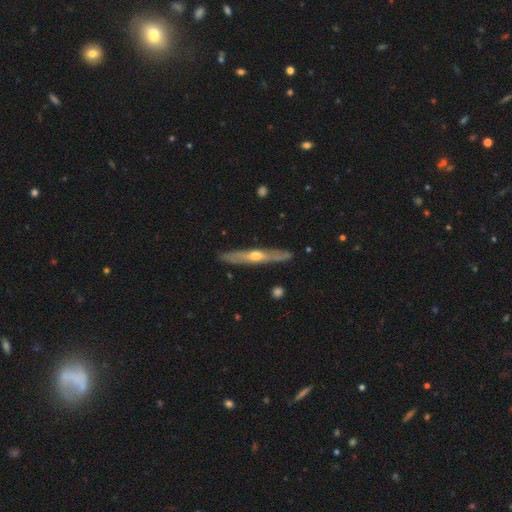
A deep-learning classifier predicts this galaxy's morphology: smooth-or-featured: featured or disk: 67% | smooth: 28% | star or artifact: 5%
  disk-edge-on: yes: 91% | no: 9%
    edge-on-bulge: rounded: 85% | none: 13% | boxy: 2%
  merging: none: 89% | minor disturbance: 8% | major disturbance: 2% | merger: 1%